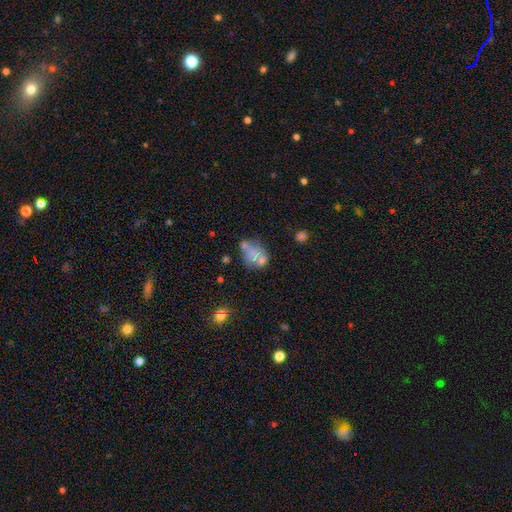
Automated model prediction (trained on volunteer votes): Overall: smooth (51%; featured or disk 34%). How rounded: in between (74%). Merging: none (41%; merger 23%).